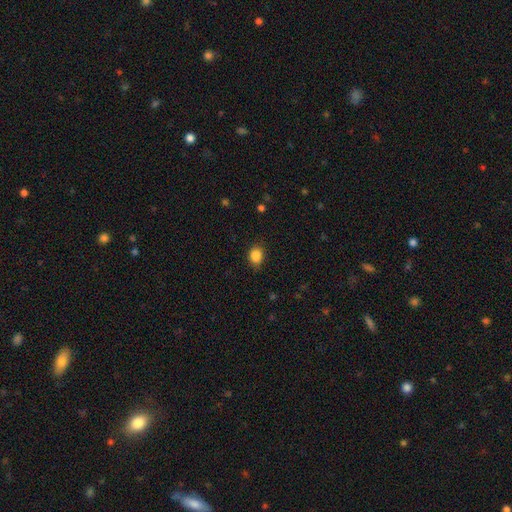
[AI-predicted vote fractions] Smooth or featured? smooth (86%)
How rounded? round (50%)
Merging? none (80%)